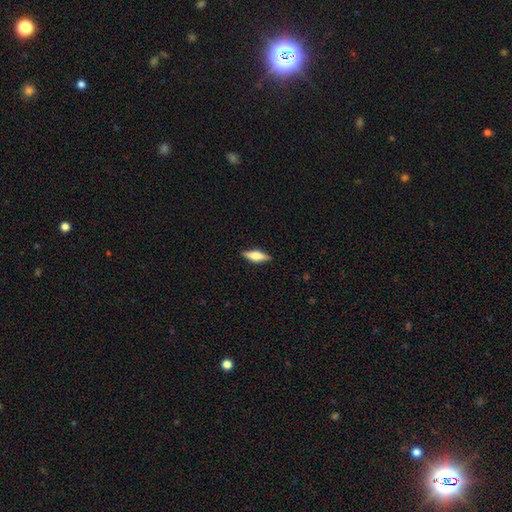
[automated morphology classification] A smooth galaxy with no disk features (47%). Merging: none (88%).